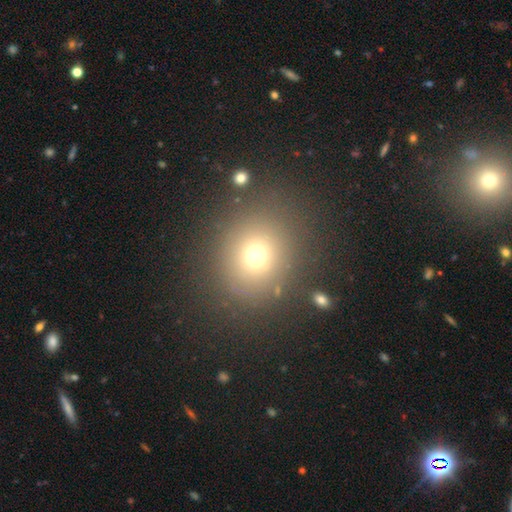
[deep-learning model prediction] Smooth or featured: smooth — 70% (star or artifact — 19%)
How rounded: round — 79% (in between — 20%)
Merging: none — 82% (minor disturbance — 9%)